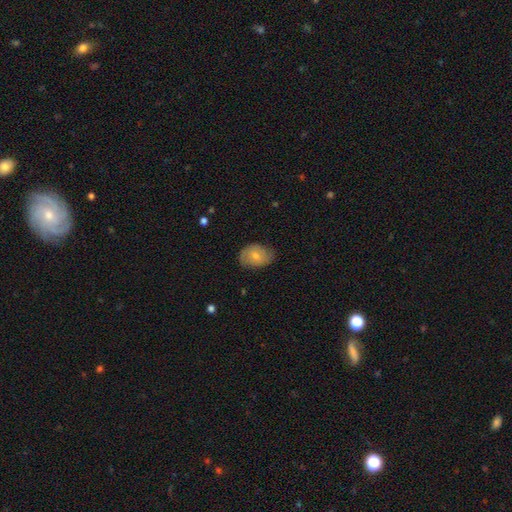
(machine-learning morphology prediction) A smooth galaxy with no disk features (60%) that is in between round and cigar-shaped (74%).

Vote fractions:
- Smooth or featured? smooth: 60% / featured or disk: 34% / star or artifact: 7%
- How rounded? in between: 74% / round: 24% / cigar-shaped: 1%
- Merging? none: 71% / minor disturbance: 23% / major disturbance: 5% / merger: 1%